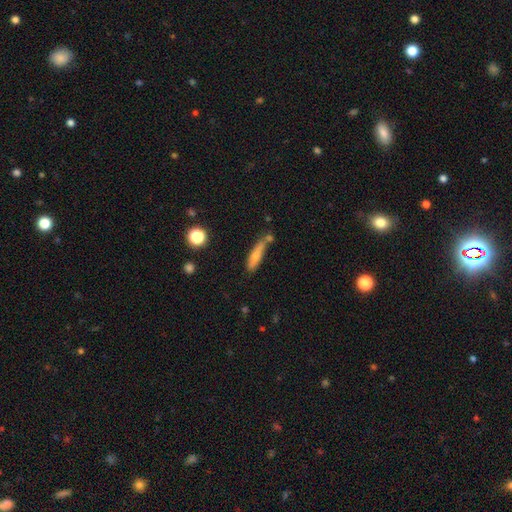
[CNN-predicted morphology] Q: Smooth or featured?
A: smooth (65%); runner-up: featured or disk (26%)
Q: How rounded?
A: cigar-shaped (69%); runner-up: in between (28%)
Q: Merging?
A: none (49%); runner-up: minor disturbance (25%)